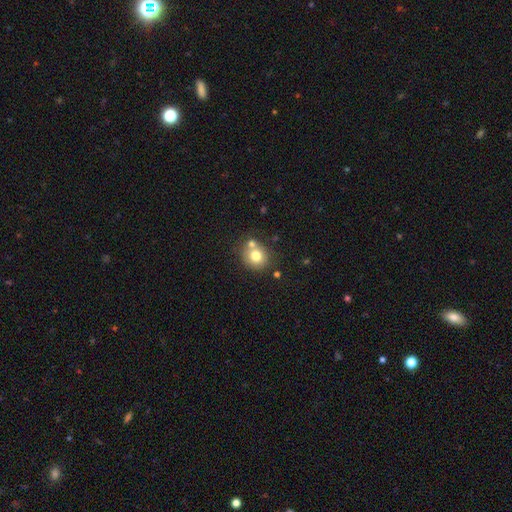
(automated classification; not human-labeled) A smooth galaxy with no disk features (76%) that is round (80%). Merging: none (61%).